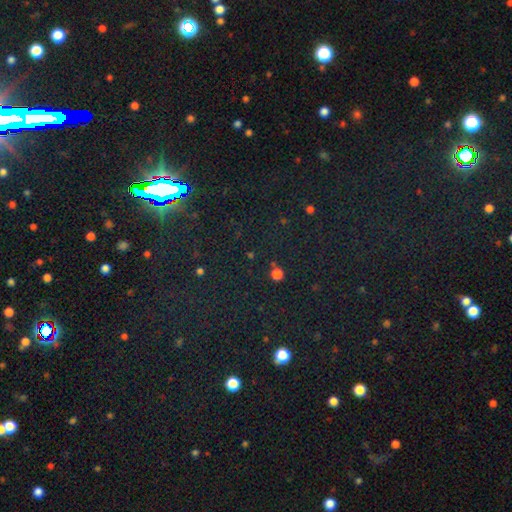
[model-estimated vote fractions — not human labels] A star or artifact, not a galaxy (76%).